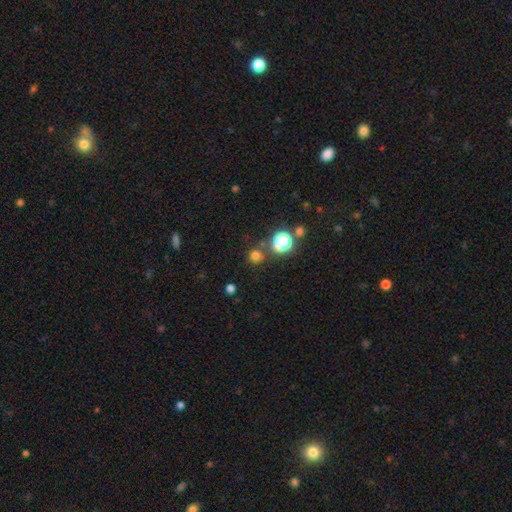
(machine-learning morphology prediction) smooth 69%, star or artifact 25%, featured or disk 6%. Down the decision tree: how rounded — round (91%); merging — none (78%).